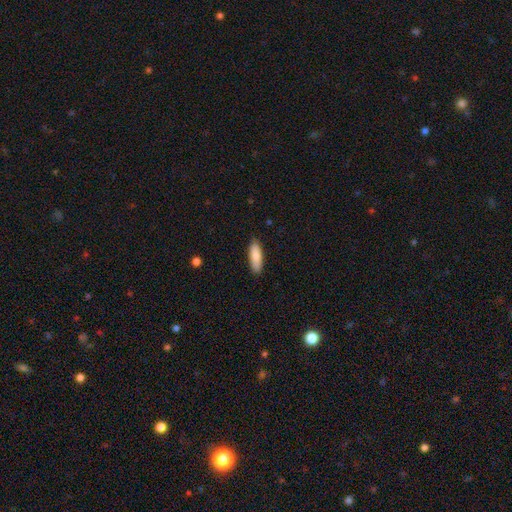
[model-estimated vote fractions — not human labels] smooth_or_featured: smooth (p=0.86) [alt: featured or disk p=0.08]
how_rounded: in between (p=0.56) [alt: cigar-shaped p=0.43]
merging: none (p=0.86) [alt: minor disturbance p=0.11]